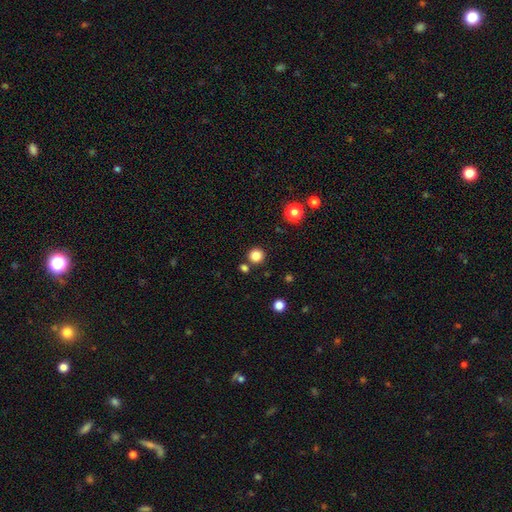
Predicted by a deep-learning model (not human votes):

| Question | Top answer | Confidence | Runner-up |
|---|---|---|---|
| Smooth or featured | smooth | 84% | star or artifact (12%) |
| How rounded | round | 95% | in between (4%) |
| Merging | none | 86% | merger (6%) |